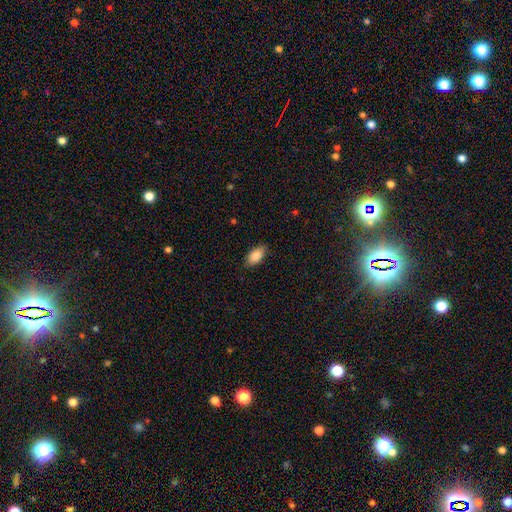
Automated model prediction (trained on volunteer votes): Smooth or featured? Predicted: smooth (p=0.87). How rounded? Predicted: in between (p=0.92). Merging? Predicted: none (p=0.82).